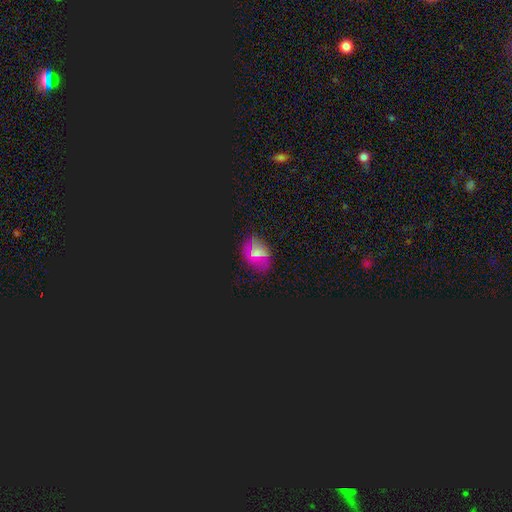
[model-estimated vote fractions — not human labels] smooth_or_featured: star or artifact (p=0.50) [alt: smooth p=0.34]